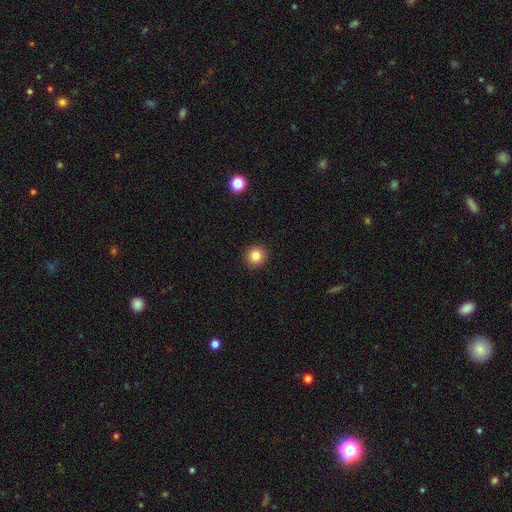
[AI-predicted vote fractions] Smooth or featured? Predicted: smooth (p=0.84). How rounded? Predicted: round (p=0.92). Merging? Predicted: none (p=0.92).